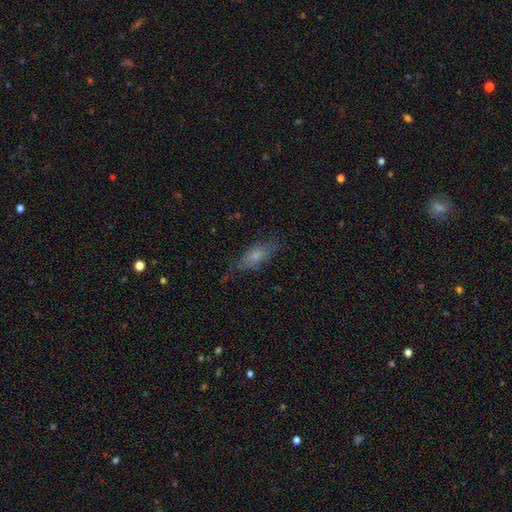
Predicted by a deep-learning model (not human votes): Smooth or featured: smooth — 65% (featured or disk — 25%)
How rounded: in between — 74% (cigar-shaped — 22%)
Merging: none — 64% (minor disturbance — 25%)